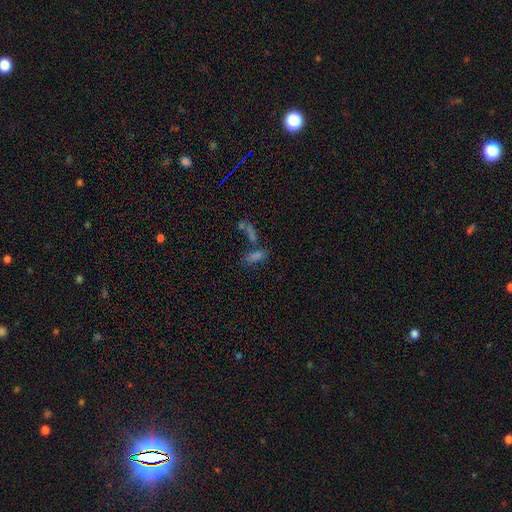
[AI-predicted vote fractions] Q: Smooth or featured?
A: smooth (61%); runner-up: star or artifact (24%)
Q: How rounded?
A: in between (71%); runner-up: cigar-shaped (22%)
Q: Merging?
A: none (42%); runner-up: merger (35%)